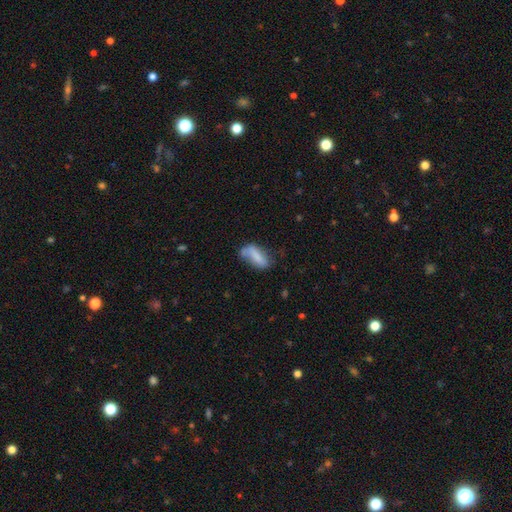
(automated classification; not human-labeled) Smooth or featured? smooth (70%)
How rounded? in between (78%)
Merging? none (43%)